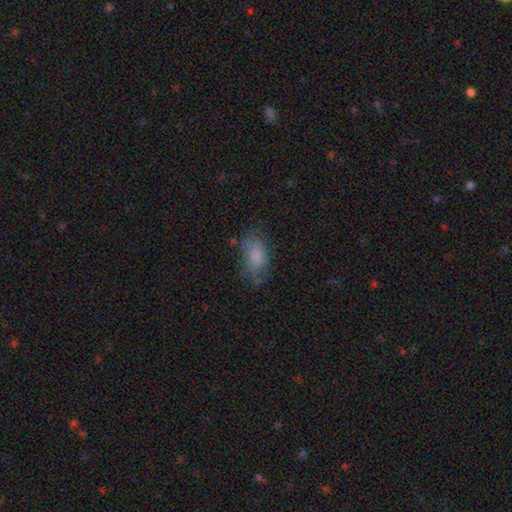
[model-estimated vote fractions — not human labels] The model was most divided on "merging": none: 58%, minor disturbance: 27%, major disturbance: 12%, merger: 2%. More confident: how rounded — in between (89%); smooth or featured — smooth (78%).